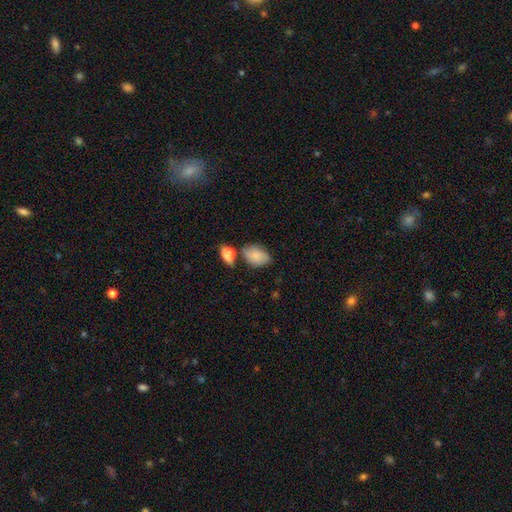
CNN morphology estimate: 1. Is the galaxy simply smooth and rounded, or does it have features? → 75% smooth, 17% featured or disk, 8% star or artifact.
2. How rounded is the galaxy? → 82% in between, 17% round, 1% cigar-shaped.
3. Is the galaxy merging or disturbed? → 52% none, 25% minor disturbance, 16% merger, 8% major disturbance.